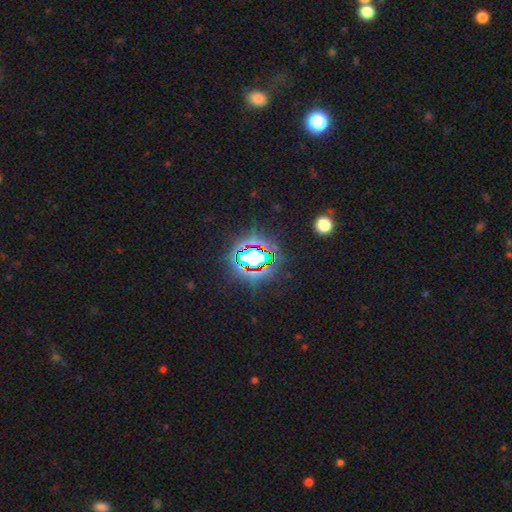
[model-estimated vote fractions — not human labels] smooth_or_featured: star or artifact (p=0.79) [alt: smooth p=0.12]